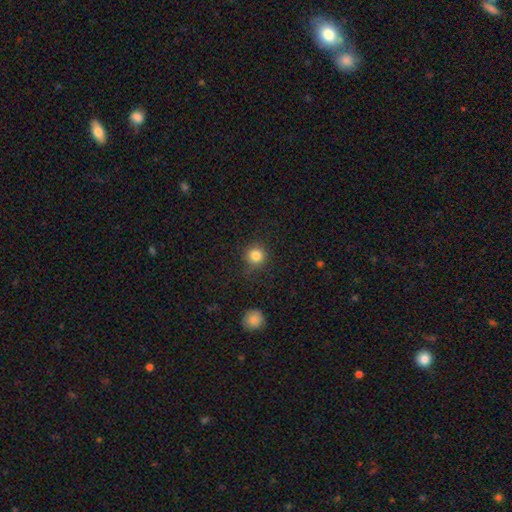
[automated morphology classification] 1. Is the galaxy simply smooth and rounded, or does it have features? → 83% smooth, 11% star or artifact, 5% featured or disk.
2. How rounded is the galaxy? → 94% round, 5% in between, 1% cigar-shaped.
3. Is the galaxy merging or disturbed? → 85% none, 10% minor disturbance, 3% major disturbance, 2% merger.